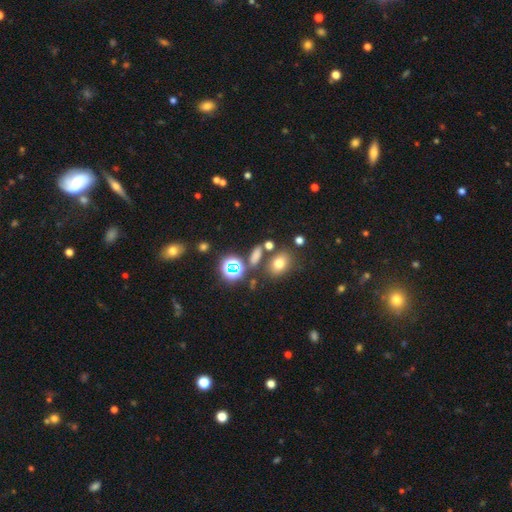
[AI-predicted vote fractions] Smooth or featured? Predicted: smooth (p=0.60). How rounded? Predicted: in between (p=0.65). Merging? Predicted: none (p=0.71).